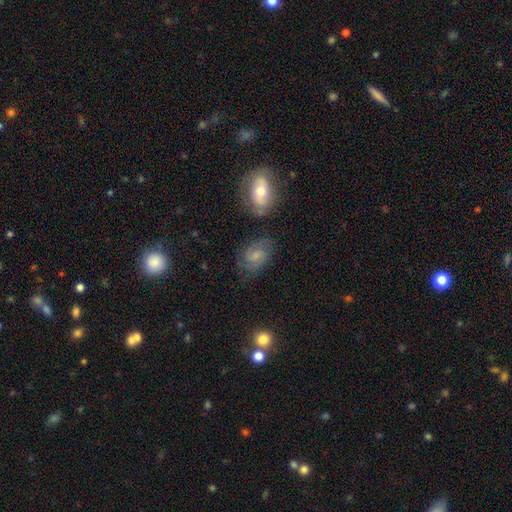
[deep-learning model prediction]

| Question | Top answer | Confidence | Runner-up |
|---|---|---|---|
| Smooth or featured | featured or disk | 65% | smooth (25%) |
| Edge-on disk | no | 97% | yes (3%) |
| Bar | weak | 51% | no (39%) |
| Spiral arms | yes | 92% | no (8%) |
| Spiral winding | medium | 52% | tight (29%) |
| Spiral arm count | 2 | 81% | can't tell (9%) |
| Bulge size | small | 56% | moderate (27%) |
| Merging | none | 74% | minor disturbance (16%) |